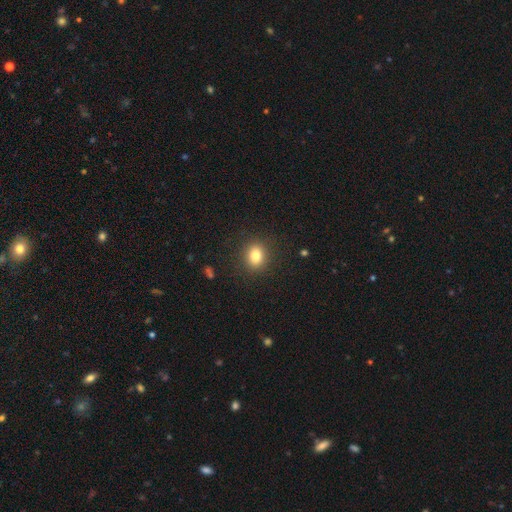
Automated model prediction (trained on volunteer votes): smooth 81%, star or artifact 11%, featured or disk 7%. Down the decision tree: how rounded — round (64%); merging — none (89%).